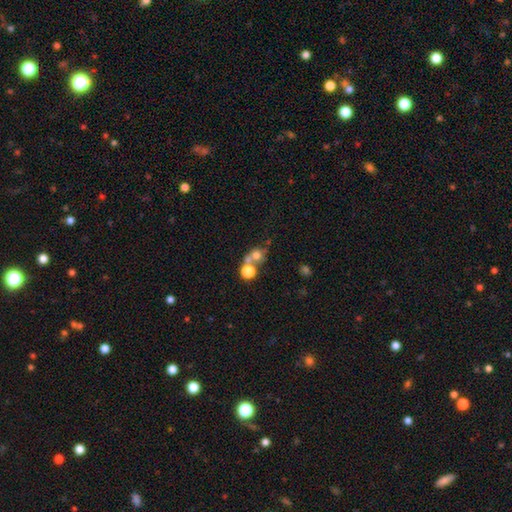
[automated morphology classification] smooth_or_featured: smooth (p=0.64) [alt: featured or disk p=0.19]
how_rounded: round (p=0.79) [alt: in between p=0.19]
merging: merger (p=0.46) [alt: none p=0.40]